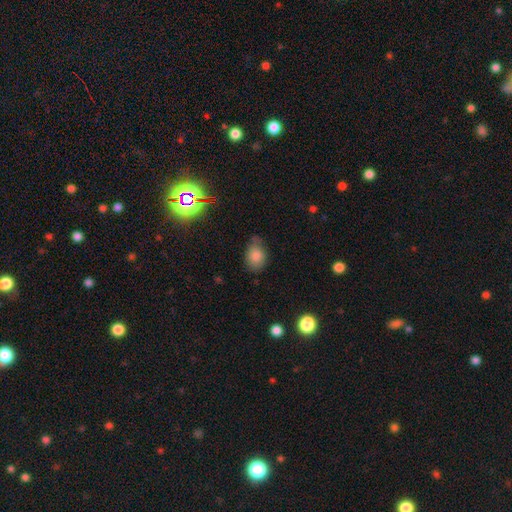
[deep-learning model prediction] smooth-or-featured: smooth: 81% | star or artifact: 11% | featured or disk: 8%
  how-rounded: in between: 70% | round: 29% | cigar-shaped: 1%
  merging: none: 53% | minor disturbance: 34% | major disturbance: 9% | merger: 3%